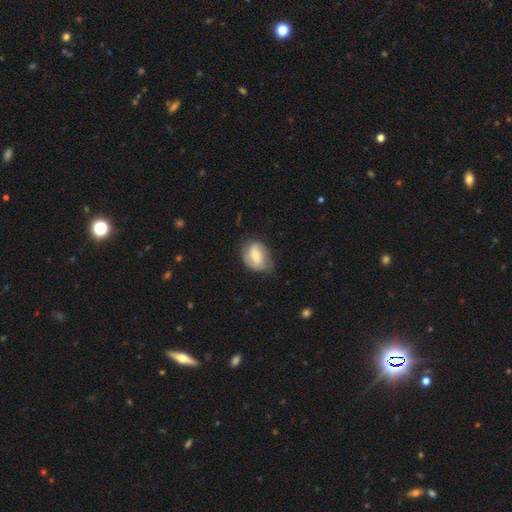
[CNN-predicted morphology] This appears to be a smooth galaxy with no disk features (50%) that is in between round and cigar-shaped (72%). Merging: none (59%).